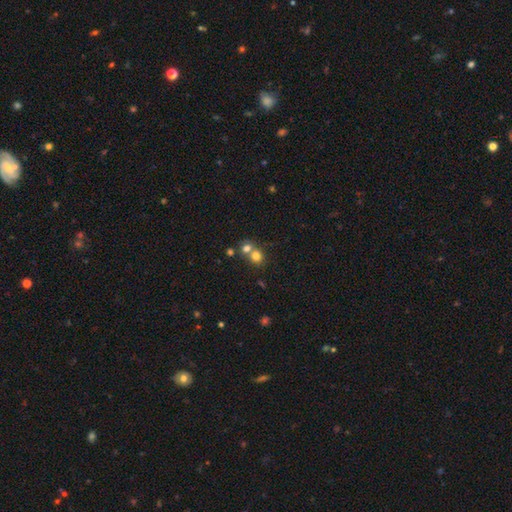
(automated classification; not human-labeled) The model was most divided on "merging": merger: 50%, none: 41%, minor disturbance: 6%, major disturbance: 3%. More confident: how rounded — round (81%); smooth or featured — smooth (76%).